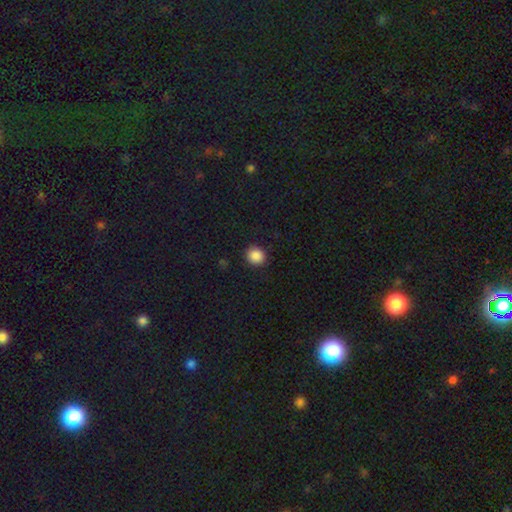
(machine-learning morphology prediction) smooth_or_featured: smooth (p=0.87) [alt: star or artifact p=0.10]
how_rounded: round (p=0.86) [alt: in between p=0.13]
merging: none (p=0.90) [alt: minor disturbance p=0.07]